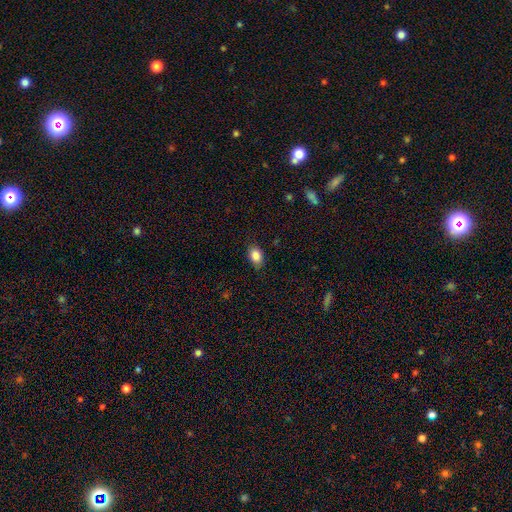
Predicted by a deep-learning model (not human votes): This is clearly a smooth galaxy (86%). How rounded: clearly in between (82%). Merging: clearly none (81%).